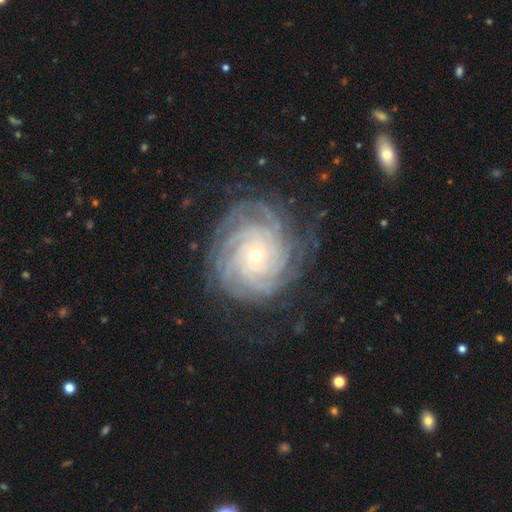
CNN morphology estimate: Overall: featured or disk (90%). Edge-on disk: no (98%). Bar: no (78%). Spiral arms: yes (98%). Spiral arm count: more than 4 (37%; 4 21%). Spiral winding: tight (85%). Bulge size: small (73%). Merging: none (80%).